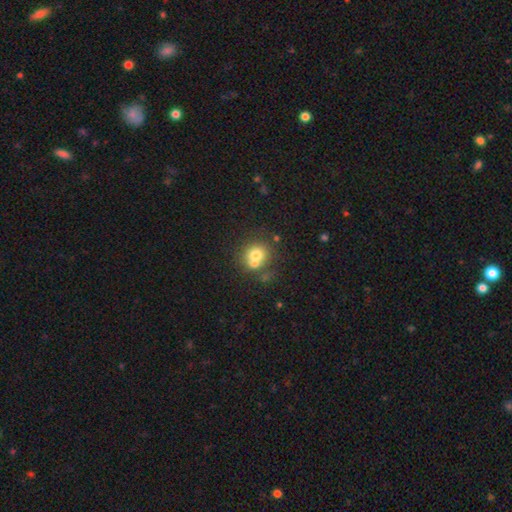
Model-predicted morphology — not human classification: type=smooth (71%); roundness=round (82%); merging=none (49%).